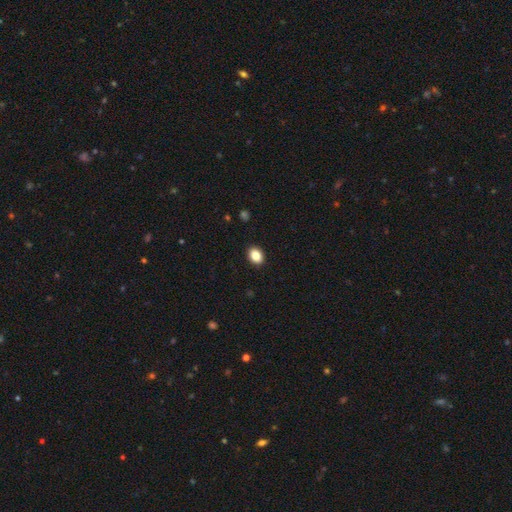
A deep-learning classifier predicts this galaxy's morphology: A smooth galaxy with no disk features (86%) that is in between round and cigar-shaped (68%). Merging: none (91%).